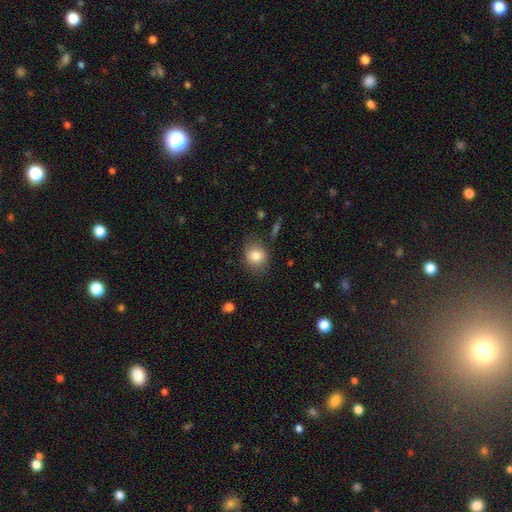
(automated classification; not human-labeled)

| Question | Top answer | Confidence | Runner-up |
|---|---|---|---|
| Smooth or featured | smooth | 82% | star or artifact (9%) |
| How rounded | round | 64% | in between (35%) |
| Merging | none | 79% | minor disturbance (15%) |